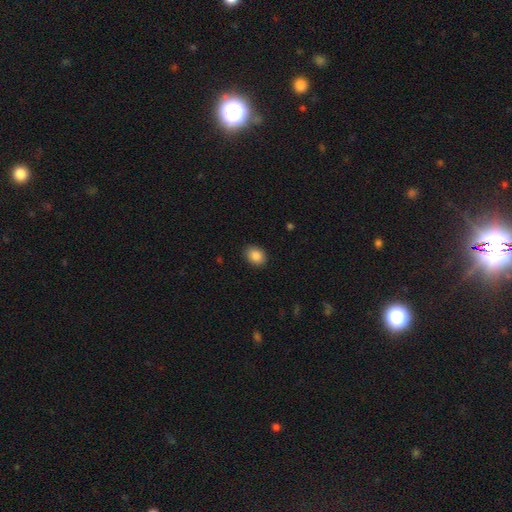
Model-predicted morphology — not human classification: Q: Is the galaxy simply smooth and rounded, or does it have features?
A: smooth — 88%.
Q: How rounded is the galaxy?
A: in between — 63%.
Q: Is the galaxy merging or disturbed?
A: none — 89%.